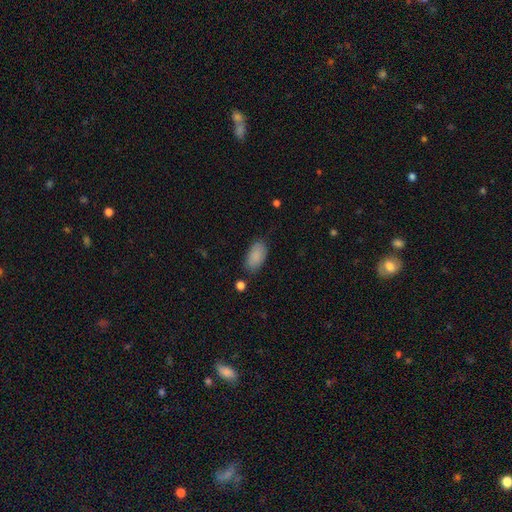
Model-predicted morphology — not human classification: A smooth galaxy with no disk features (88%) that is in between round and cigar-shaped (93%). Merging: none (77%).